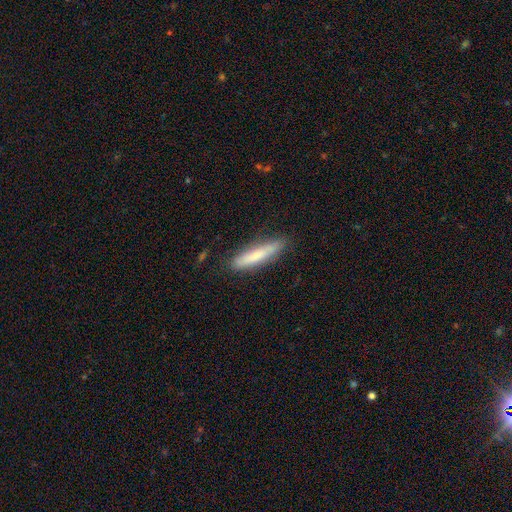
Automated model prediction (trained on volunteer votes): Overall: smooth (69%). How rounded: cigar-shaped (87%). Merging: none (81%).